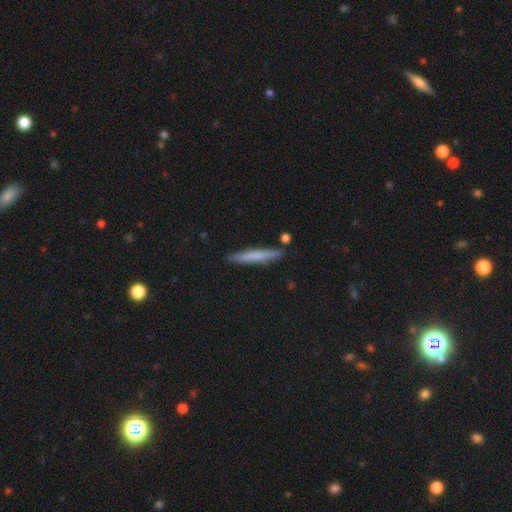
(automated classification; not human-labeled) smooth 66%, featured or disk 27%, star or artifact 6%. Down the decision tree: how rounded — cigar-shaped (95%); merging — none (88%).